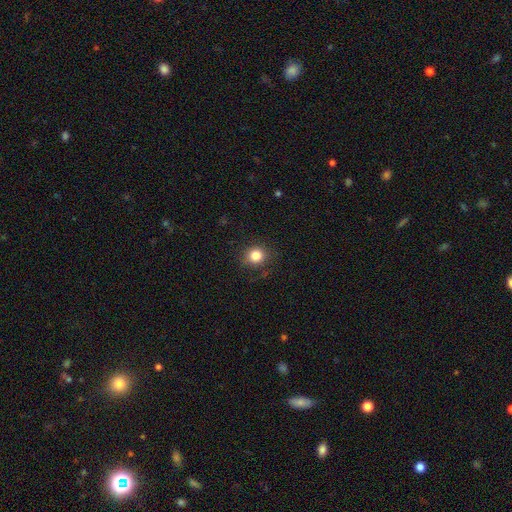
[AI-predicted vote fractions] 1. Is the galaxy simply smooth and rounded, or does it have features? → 82% smooth, 12% star or artifact, 5% featured or disk.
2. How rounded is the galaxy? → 85% round, 14% in between, 1% cigar-shaped.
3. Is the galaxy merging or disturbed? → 85% none, 11% minor disturbance, 3% major disturbance, 1% merger.